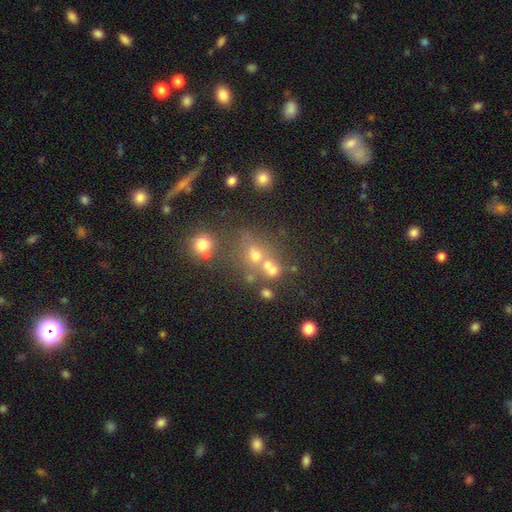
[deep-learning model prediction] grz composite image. It shows a smooth galaxy with no disk features (45%). Merging: none (50%).